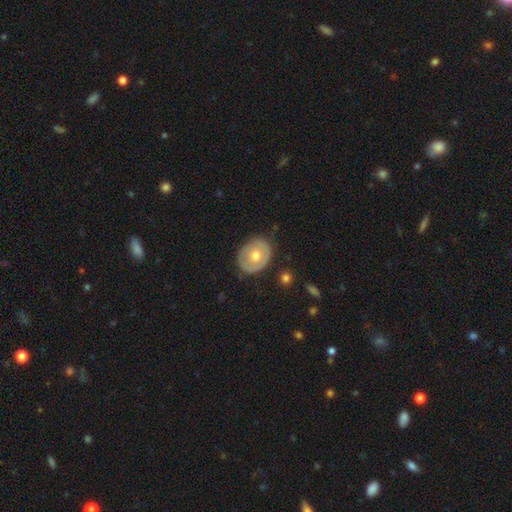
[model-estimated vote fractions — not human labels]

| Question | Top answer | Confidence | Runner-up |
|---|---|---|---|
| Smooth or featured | smooth | 48% | featured or disk (46%) |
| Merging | none | 80% | minor disturbance (15%) |